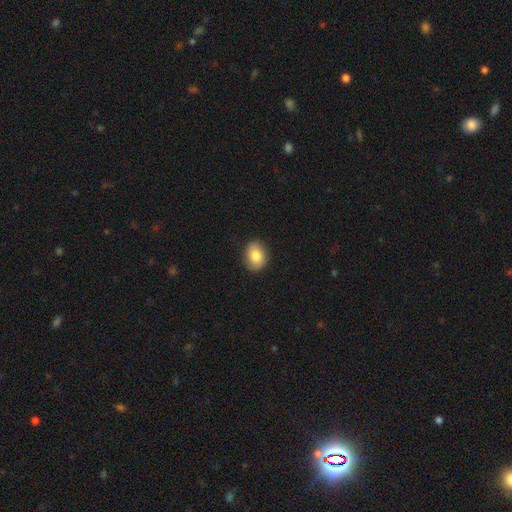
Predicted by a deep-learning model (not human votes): Smooth or featured?
  - smooth: 81% *
  - featured or disk: 11%
  - star or artifact: 8%
How rounded?
  - in between: 65% *
  - round: 34%
  - cigar-shaped: 1%
Merging?
  - none: 87% *
  - minor disturbance: 10%
  - major disturbance: 2%
  - merger: 1%